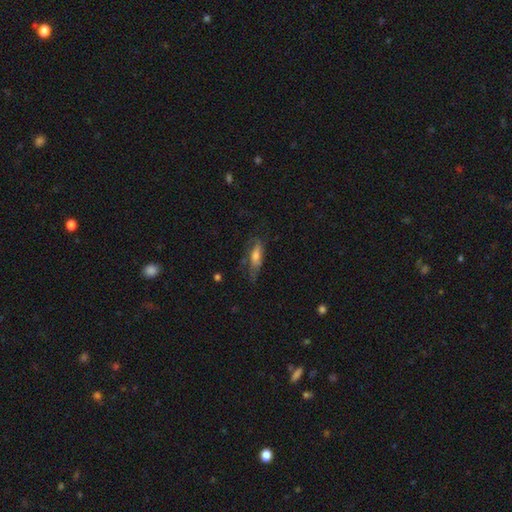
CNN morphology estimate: This is possibly a smooth galaxy (49%). Merging: possibly none (47%).